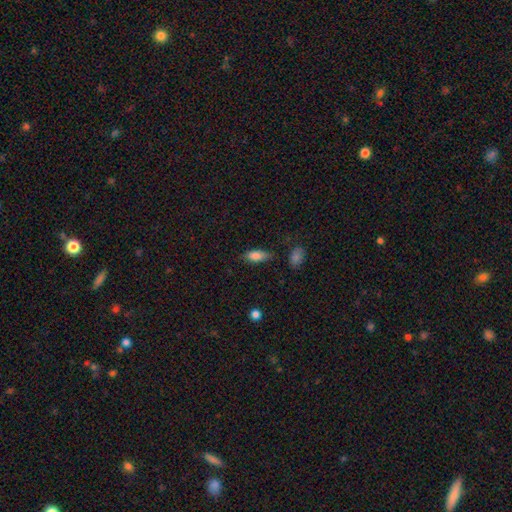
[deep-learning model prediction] smooth 81%, featured or disk 11%, star or artifact 8%. Down the decision tree: how rounded — in between (82%); merging — none (75%).